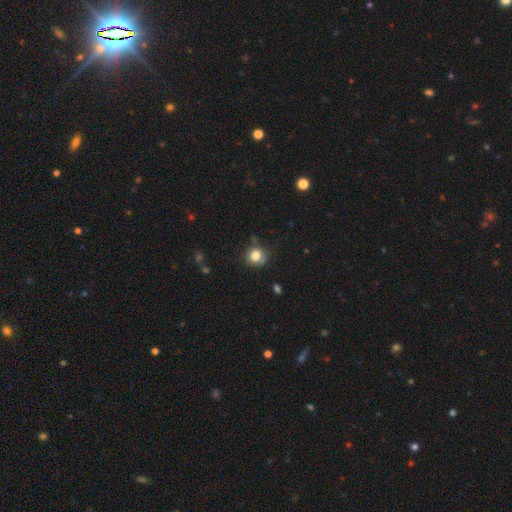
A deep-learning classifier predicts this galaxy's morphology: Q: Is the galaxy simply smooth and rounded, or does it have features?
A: smooth — 80%.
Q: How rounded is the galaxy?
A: round — 84%.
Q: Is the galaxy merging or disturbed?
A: none — 68%.